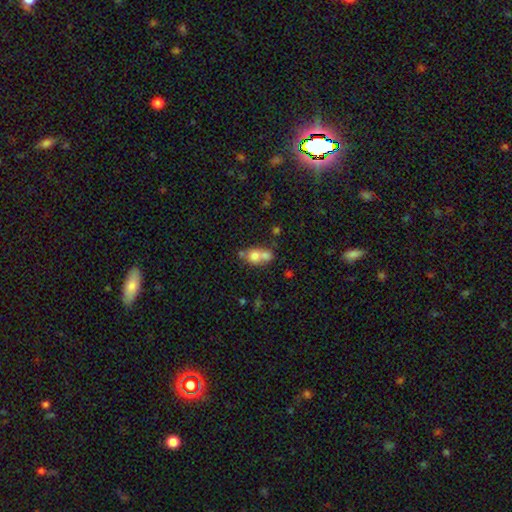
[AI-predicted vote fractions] Morphology: type=smooth (70%); roundness=round (63%); merging=merger (63%).